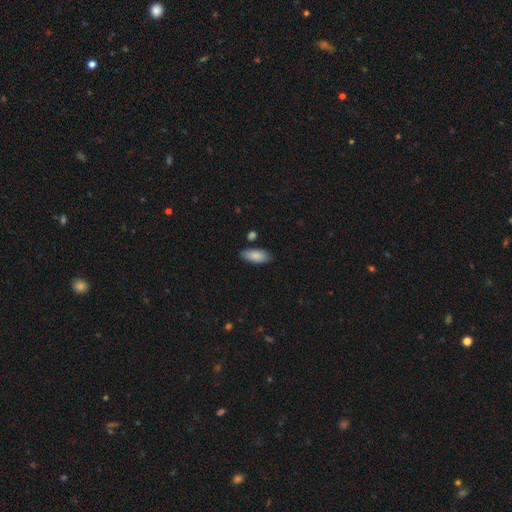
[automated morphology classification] Smooth or featured?
  - smooth: 88% *
  - featured or disk: 6%
  - star or artifact: 6%
How rounded?
  - in between: 86% *
  - cigar-shaped: 12%
  - round: 2%
Merging?
  - none: 81% *
  - minor disturbance: 13%
  - merger: 3%
  - major disturbance: 2%